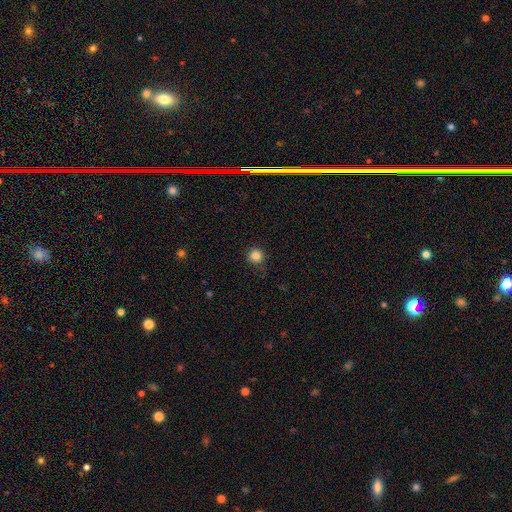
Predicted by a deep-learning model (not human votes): Smooth or featured? smooth (84%)
How rounded? round (94%)
Merging? none (86%)